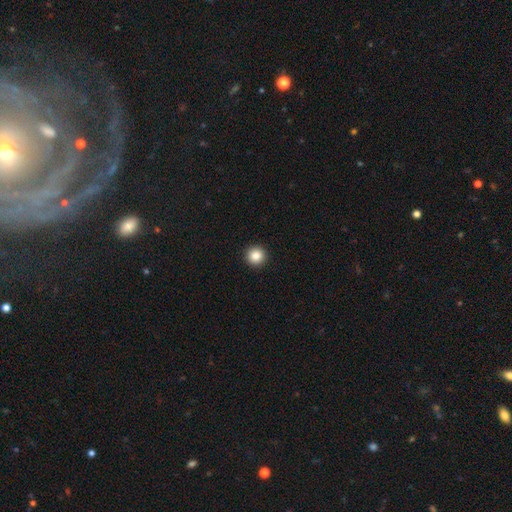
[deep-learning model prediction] smooth 86%, star or artifact 10%, featured or disk 4%. Down the decision tree: how rounded — round (96%); merging — none (94%).